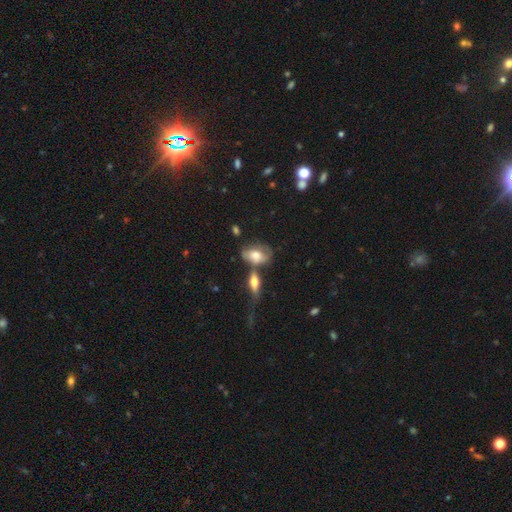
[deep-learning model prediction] Smooth or featured? smooth (62%)
How rounded? in between (85%)
Merging? none (35%)